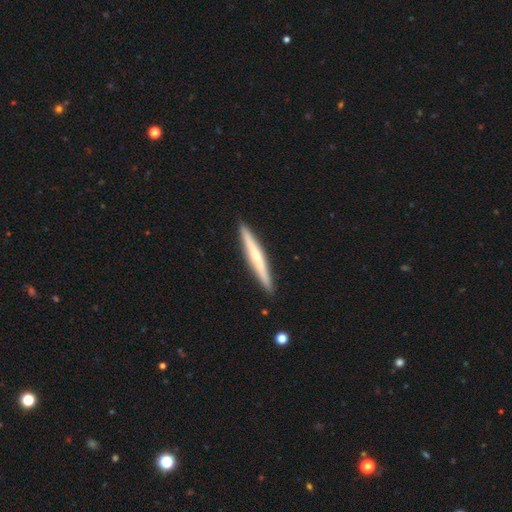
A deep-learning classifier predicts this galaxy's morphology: The model was most divided on "edge-on bulge": rounded: 49%, none: 44%, boxy: 8%. More confident: edge-on disk — yes (97%); merging — none (92%); smooth or featured — featured or disk (53%).